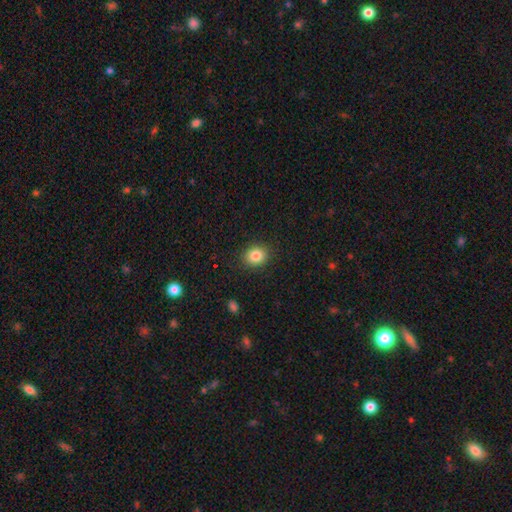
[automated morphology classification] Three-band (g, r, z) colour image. It shows a smooth galaxy with no disk features (84%) that is round (69%). Merging: none (89%).